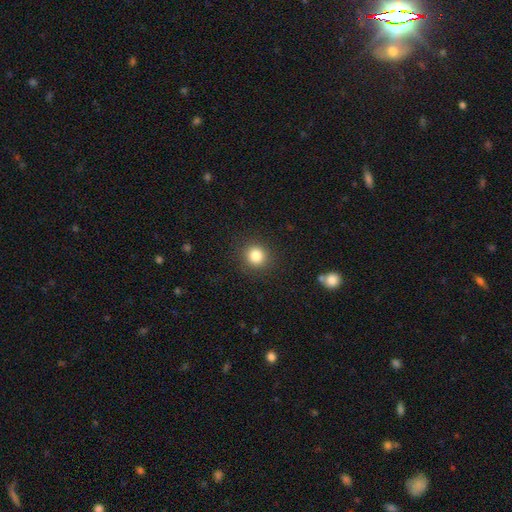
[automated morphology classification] smooth_or_featured: smooth (p=0.83) [alt: star or artifact p=0.11]
how_rounded: round (p=0.91) [alt: in between p=0.08]
merging: none (p=0.90) [alt: minor disturbance p=0.06]